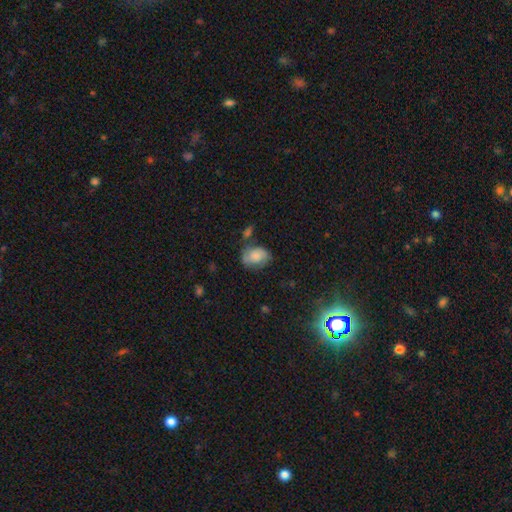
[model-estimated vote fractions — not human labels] Smooth or featured: smooth — 66% (featured or disk — 25%)
How rounded: in between — 78% (round — 21%)
Merging: none — 53% (minor disturbance — 27%)